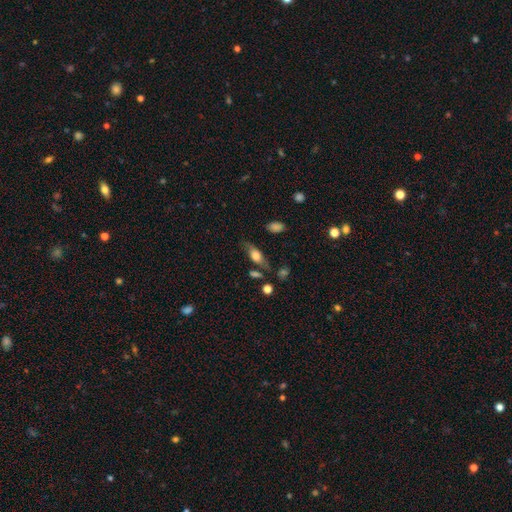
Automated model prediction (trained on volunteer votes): smooth 57%, featured or disk 35%, star or artifact 8%. Down the decision tree: how rounded — in between (71%); merging — none (67%).